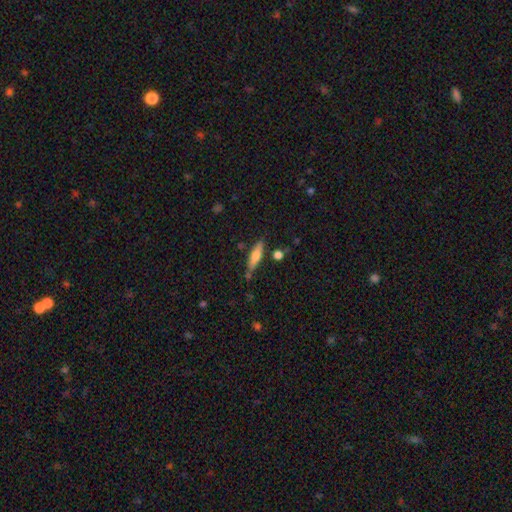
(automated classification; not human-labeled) Smooth or featured? Predicted: smooth (p=0.55). How rounded? Predicted: cigar-shaped (p=0.71). Merging? Predicted: none (p=0.74).